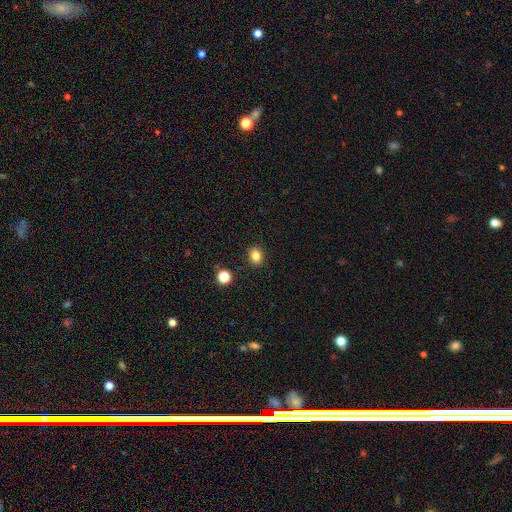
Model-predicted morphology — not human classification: Smooth or featured: smooth — 83% (star or artifact — 12%)
How rounded: in between — 53% (round — 46%)
Merging: none — 89% (minor disturbance — 7%)